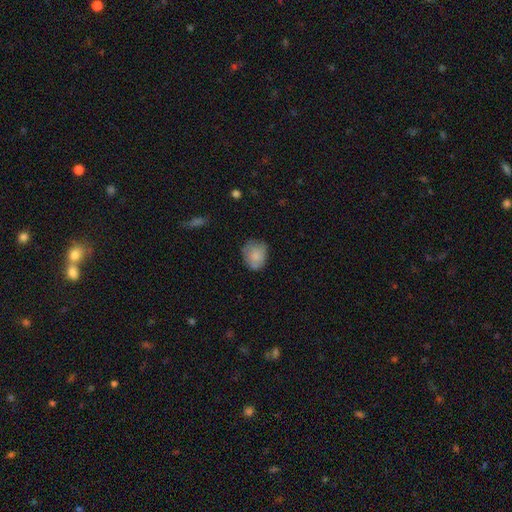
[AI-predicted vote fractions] Smooth or featured: smooth — 79% (featured or disk — 14%)
How rounded: round — 59% (in between — 40%)
Merging: none — 66% (minor disturbance — 26%)